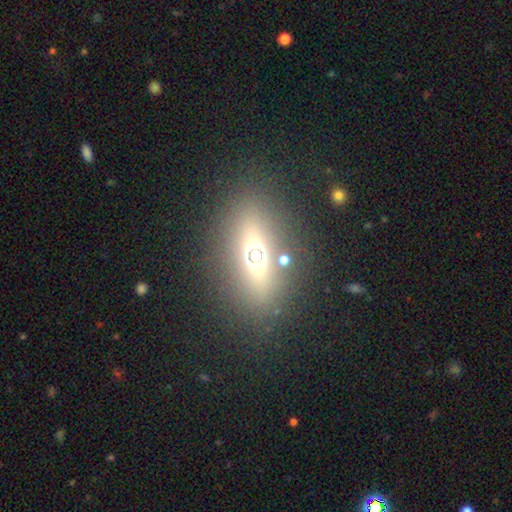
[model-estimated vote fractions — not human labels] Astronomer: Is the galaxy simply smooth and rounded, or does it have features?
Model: smooth — 41% (runner-up: featured or disk, 35%).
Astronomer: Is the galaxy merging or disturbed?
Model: none — 83%.